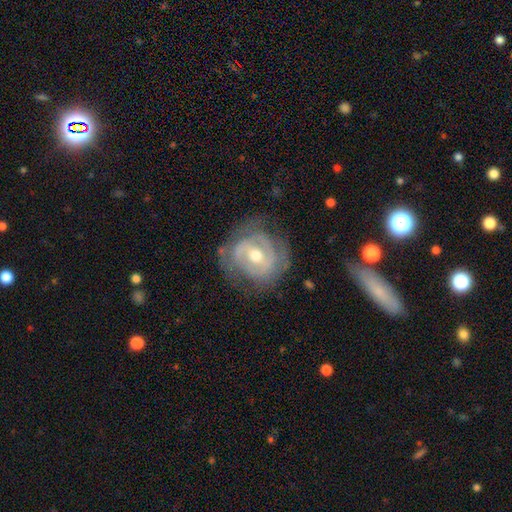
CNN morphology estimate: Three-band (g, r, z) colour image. It shows a featured or disk galaxy (76%) with a weak bar (42%), 2 (48%) tight (57%) spiral arms (71%) and a moderate central bulge (71%). Merging: none (67%).